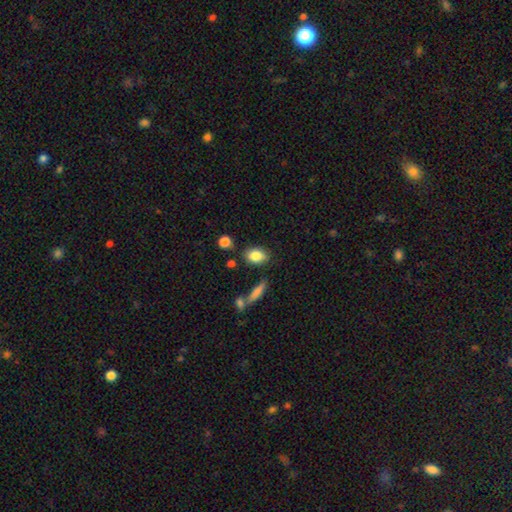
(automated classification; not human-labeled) The model was most divided on "how rounded": in between: 77%, round: 20%, cigar-shaped: 3%. More confident: smooth or featured — smooth (84%); merging — none (76%).